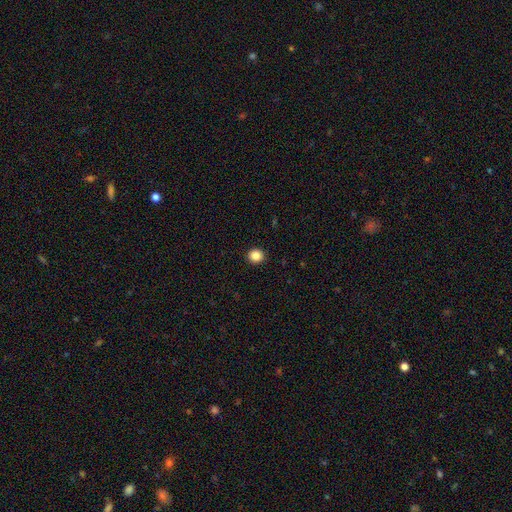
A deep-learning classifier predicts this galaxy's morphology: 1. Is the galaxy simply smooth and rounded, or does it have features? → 86% smooth, 10% star or artifact, 4% featured or disk.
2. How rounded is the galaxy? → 91% round, 8% in between, 1% cigar-shaped.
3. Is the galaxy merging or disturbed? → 93% none, 4% minor disturbance, 1% major disturbance, 1% merger.